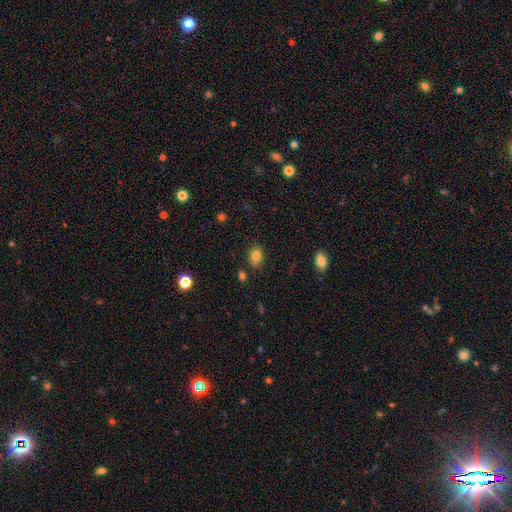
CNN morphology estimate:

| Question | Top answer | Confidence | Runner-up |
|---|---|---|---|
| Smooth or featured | smooth | 80% | star or artifact (11%) |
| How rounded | in between | 59% | round (40%) |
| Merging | none | 75% | minor disturbance (17%) |